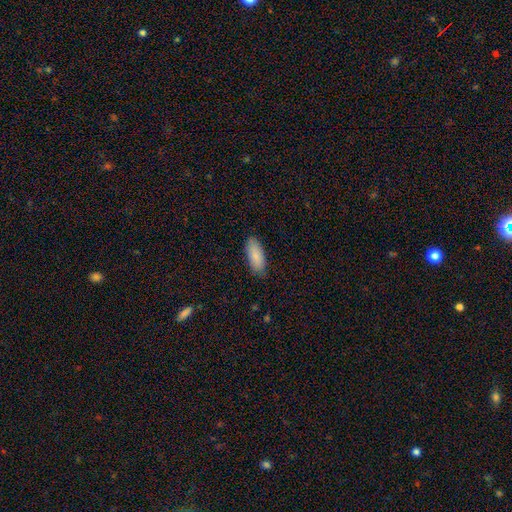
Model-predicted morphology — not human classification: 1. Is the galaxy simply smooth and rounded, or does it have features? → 86% smooth, 8% featured or disk, 6% star or artifact.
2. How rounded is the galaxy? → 83% in between, 15% cigar-shaped, 2% round.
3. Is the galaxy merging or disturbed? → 85% none, 12% minor disturbance, 2% major disturbance, 1% merger.